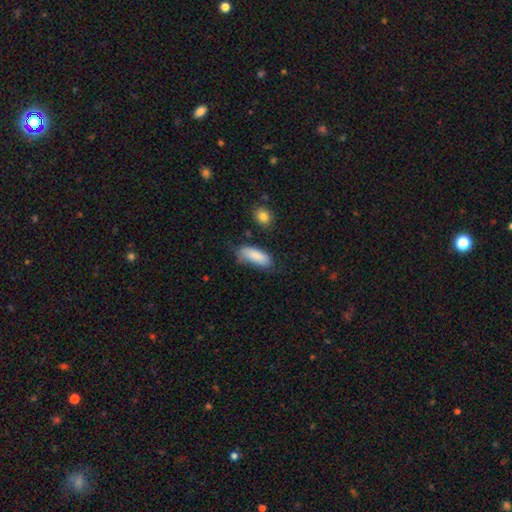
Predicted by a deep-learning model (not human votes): Smooth or featured: smooth — 85% (featured or disk — 8%)
How rounded: in between — 77% (cigar-shaped — 21%)
Merging: none — 56% (minor disturbance — 31%)